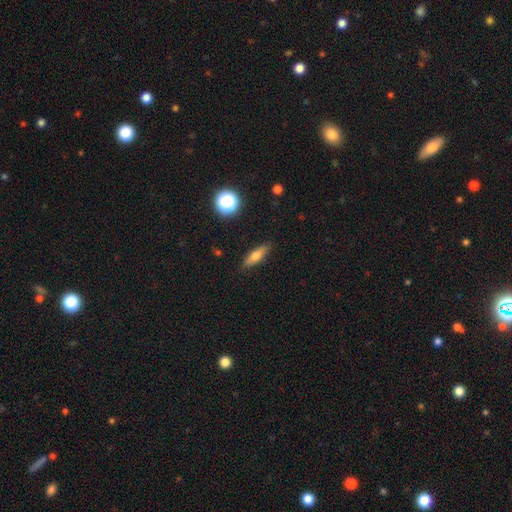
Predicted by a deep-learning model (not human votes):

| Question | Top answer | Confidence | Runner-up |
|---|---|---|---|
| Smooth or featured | smooth | 61% | featured or disk (30%) |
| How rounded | cigar-shaped | 53% | in between (42%) |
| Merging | none | 87% | minor disturbance (10%) |